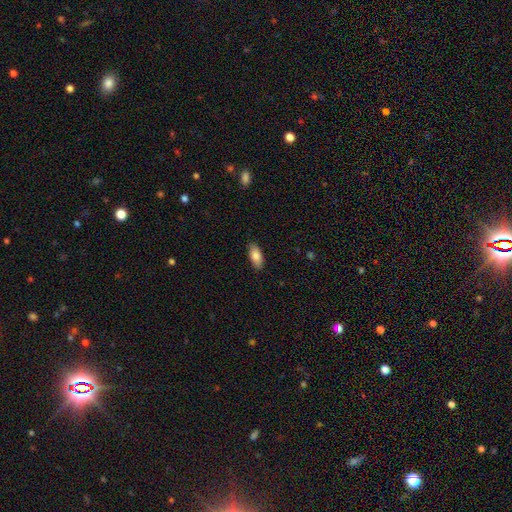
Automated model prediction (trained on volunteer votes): smooth_or_featured: smooth (p=0.83) [alt: featured or disk p=0.10]
how_rounded: in between (p=0.84) [alt: cigar-shaped p=0.13]
merging: none (p=0.87) [alt: minor disturbance p=0.10]